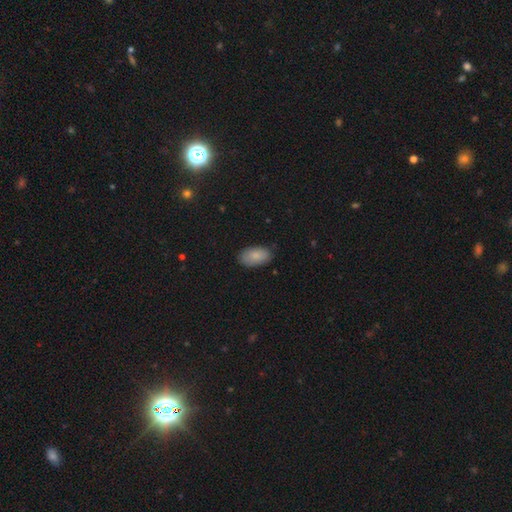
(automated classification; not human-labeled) This is clearly a smooth galaxy (84%). How rounded: clearly in between (94%). Merging: clearly none (84%).